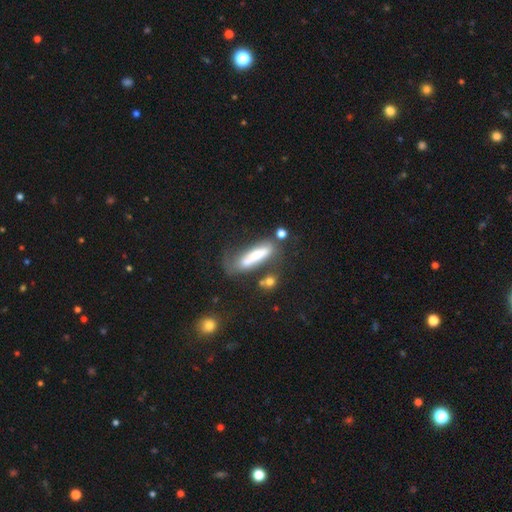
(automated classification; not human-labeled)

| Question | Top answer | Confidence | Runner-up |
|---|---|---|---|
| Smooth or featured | smooth | 61% | featured or disk (32%) |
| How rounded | cigar-shaped | 64% | in between (34%) |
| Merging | none | 39% | minor disturbance (24%) |